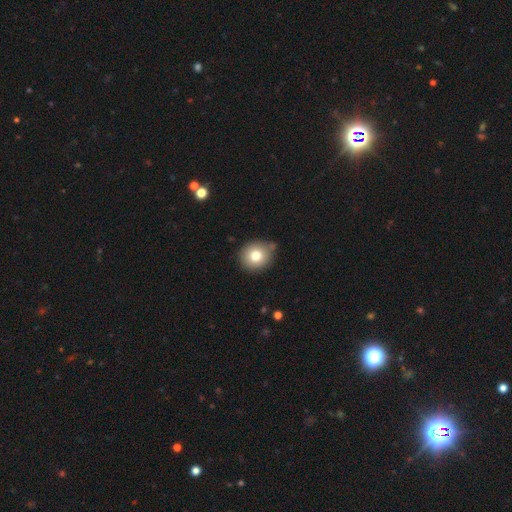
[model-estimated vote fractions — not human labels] Morphology: type=smooth (78%); roundness=round (79%); merging=none (73%).